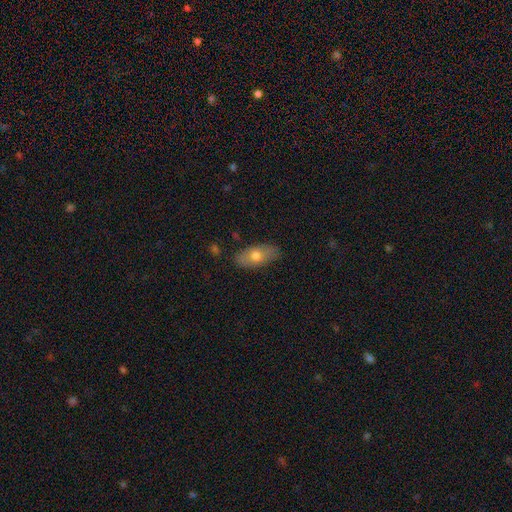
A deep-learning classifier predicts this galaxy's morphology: Smooth or featured: smooth — 67% (featured or disk — 27%)
How rounded: in between — 87% (cigar-shaped — 8%)
Merging: none — 83% (minor disturbance — 13%)